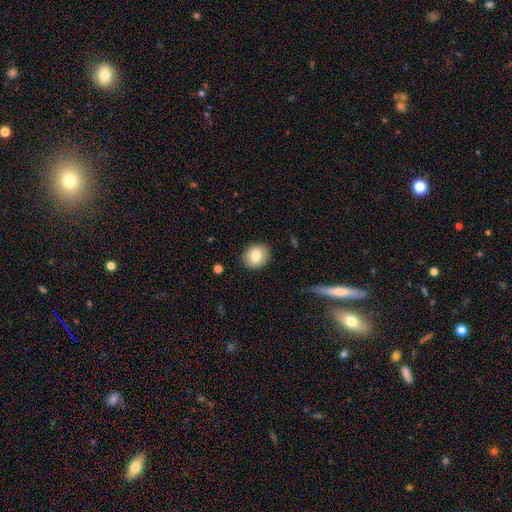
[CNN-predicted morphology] Smooth or featured: smooth — 80% (featured or disk — 12%)
How rounded: round — 73% (in between — 26%)
Merging: none — 88% (minor disturbance — 8%)